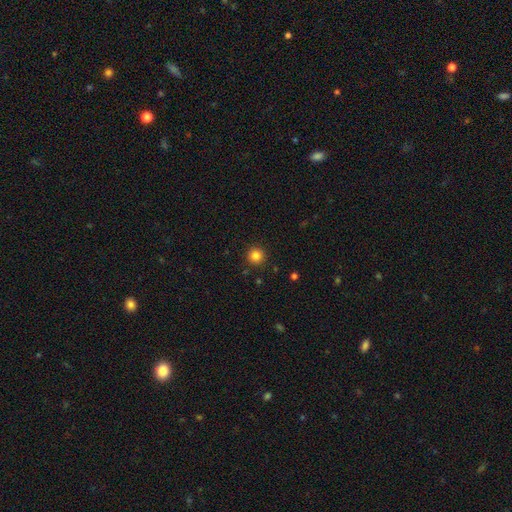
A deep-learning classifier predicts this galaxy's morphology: A smooth galaxy with no disk features (83%) that is round (96%). Merging: none (92%).